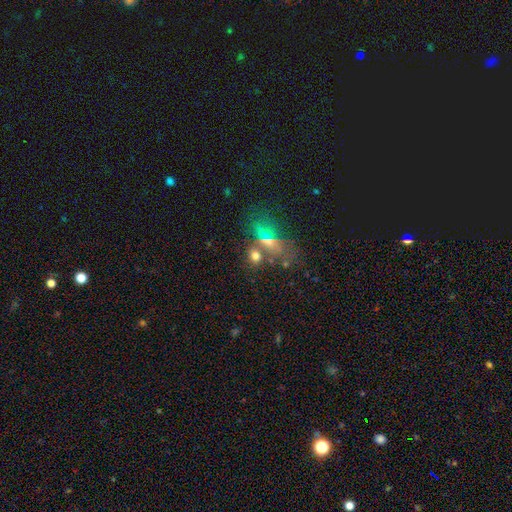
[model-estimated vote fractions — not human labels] Smooth or featured?
  - smooth: 63% *
  - star or artifact: 23%
  - featured or disk: 14%
How rounded?
  - round: 49% *
  - in between: 45%
  - cigar-shaped: 5%
Merging?
  - none: 54% *
  - merger: 25%
  - minor disturbance: 13%
  - major disturbance: 9%